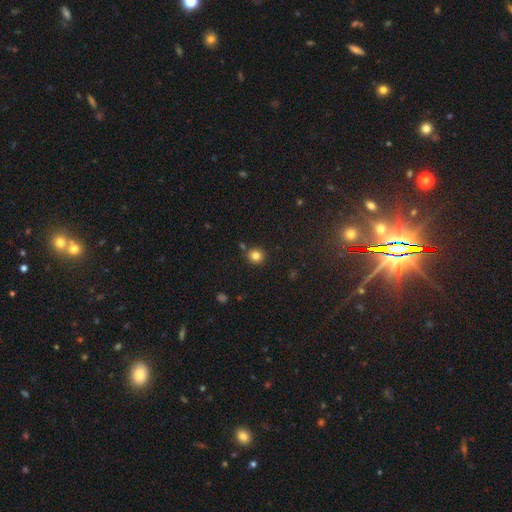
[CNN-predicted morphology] Smooth or featured: smooth — 82% (star or artifact — 12%)
How rounded: round — 90% (in between — 9%)
Merging: none — 83% (minor disturbance — 8%)